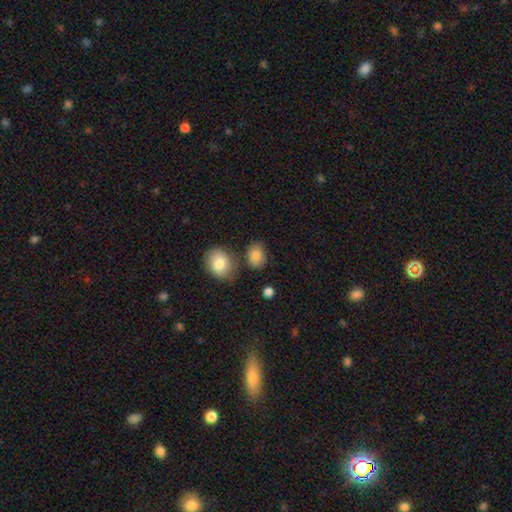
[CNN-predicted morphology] type=smooth (84%); roundness=in between (63%); merging=none (68%).